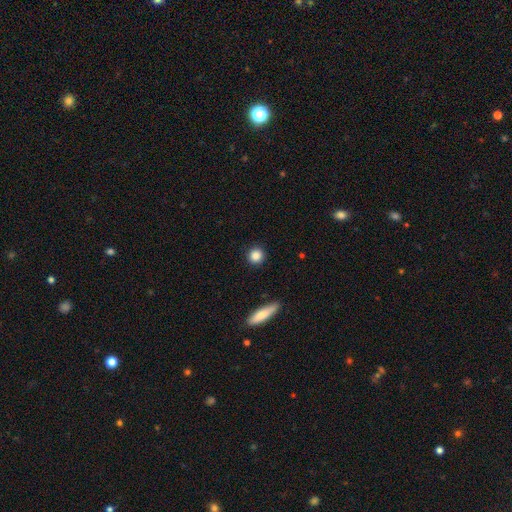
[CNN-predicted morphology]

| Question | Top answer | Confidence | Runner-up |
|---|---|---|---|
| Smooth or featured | smooth | 87% | star or artifact (9%) |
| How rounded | round | 92% | in between (6%) |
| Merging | none | 91% | minor disturbance (6%) |